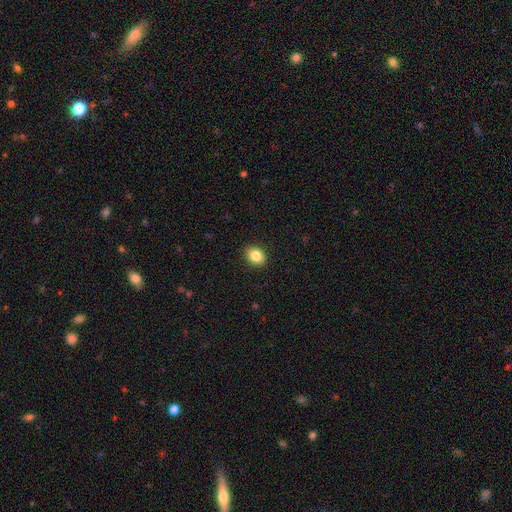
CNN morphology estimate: Smooth or featured? smooth (83%)
How rounded? in between (54%)
Merging? none (90%)